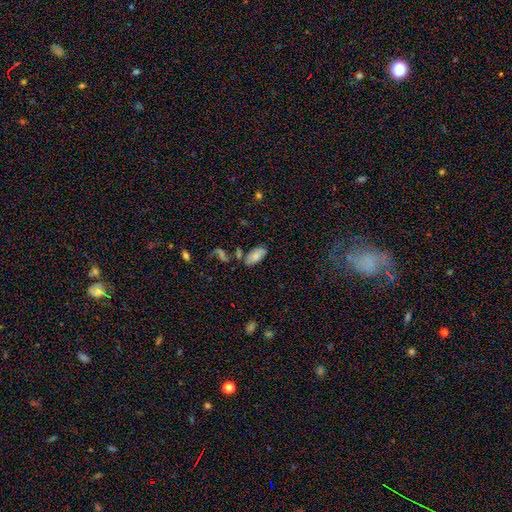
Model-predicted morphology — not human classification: Smooth or featured? smooth (74%)
How rounded? in between (92%)
Merging? none (64%)